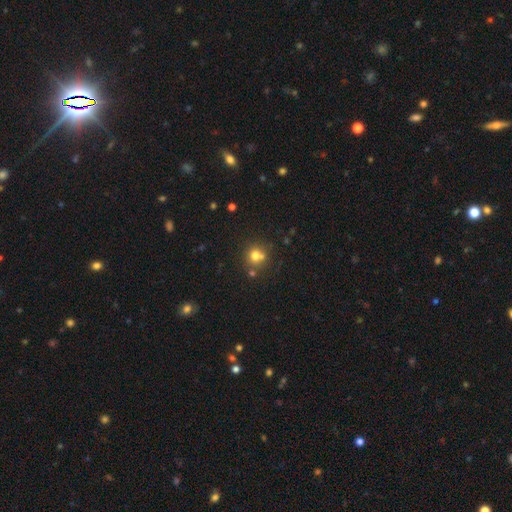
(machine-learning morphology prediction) Smooth or featured? smooth (73%)
How rounded? round (86%)
Merging? none (58%)